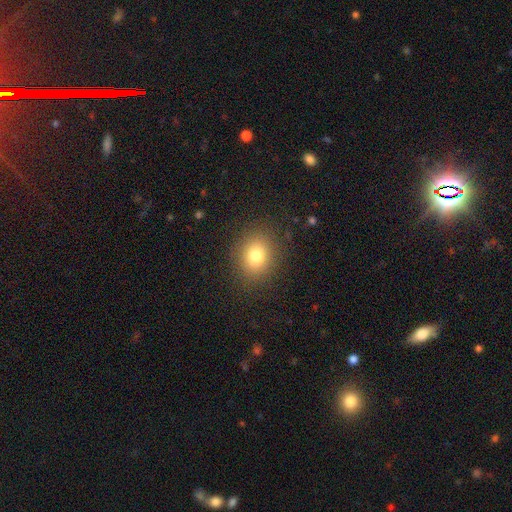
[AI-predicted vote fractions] Morphology: type=smooth (79%); roundness=round (64%); merging=none (87%).